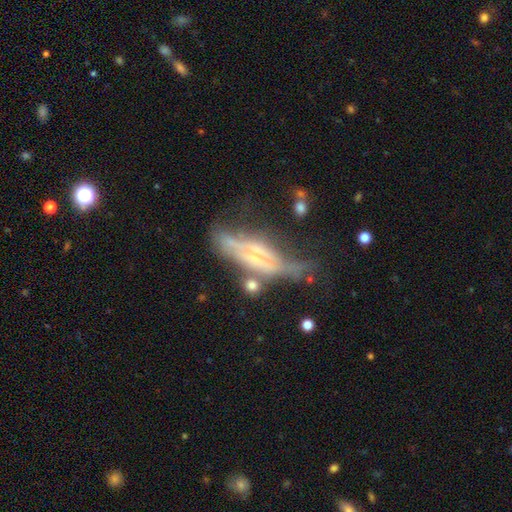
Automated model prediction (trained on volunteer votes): Smooth or featured: featured or disk — 72% (smooth — 18%)
Edge-on disk: yes — 77% (no — 23%)
Edge-on bulge: rounded — 52% (boxy — 28%)
Merging: none — 42% (minor disturbance — 25%)